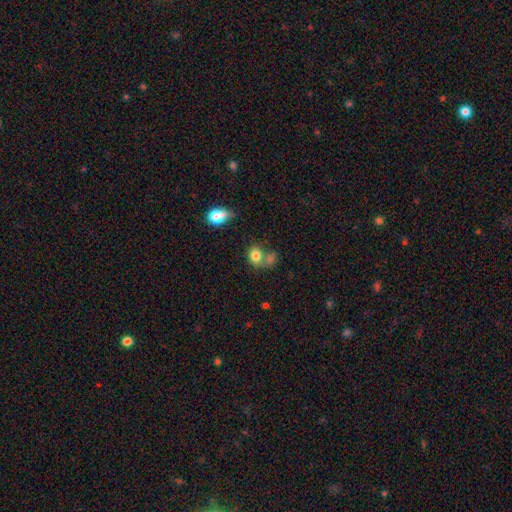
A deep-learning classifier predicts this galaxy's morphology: A smooth galaxy with no disk features (80%) that is round (59%). Merging: none (43%).